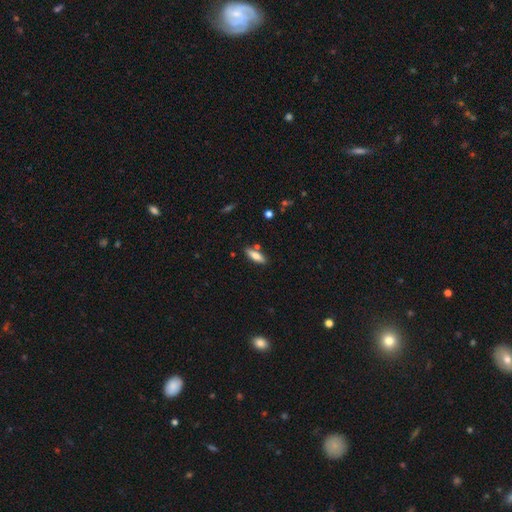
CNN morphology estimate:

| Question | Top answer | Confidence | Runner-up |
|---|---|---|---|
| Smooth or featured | smooth | 77% | featured or disk (17%) |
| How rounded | in between | 54% | cigar-shaped (44%) |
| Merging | none | 81% | minor disturbance (11%) |